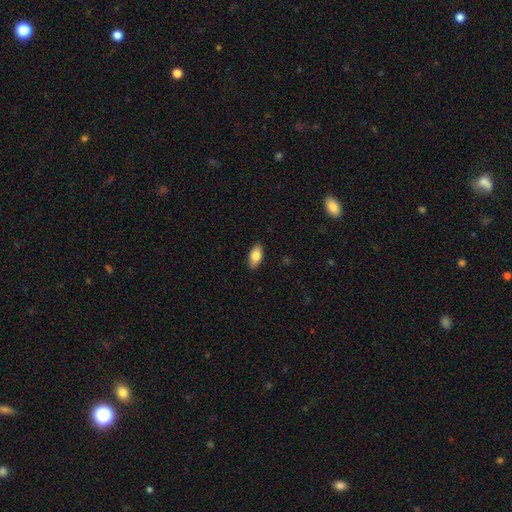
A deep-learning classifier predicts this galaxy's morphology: Smooth or featured: smooth — 81% (featured or disk — 12%)
How rounded: in between — 90% (cigar-shaped — 7%)
Merging: none — 88% (minor disturbance — 9%)